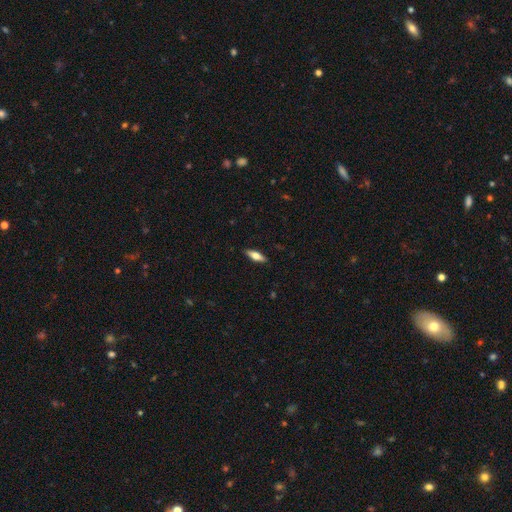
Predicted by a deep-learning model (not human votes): Smooth or featured: smooth — 56% (featured or disk — 38%)
How rounded: in between — 52% (cigar-shaped — 45%)
Merging: none — 89% (minor disturbance — 8%)